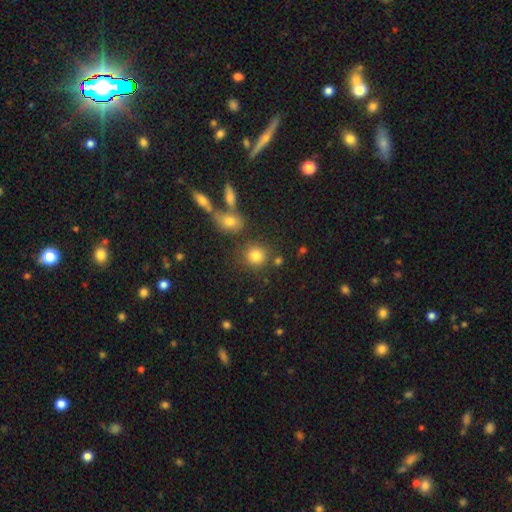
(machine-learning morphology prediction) The model was most divided on "merging": none: 71%, merger: 14%, minor disturbance: 11%, major disturbance: 5%. More confident: how rounded — round (82%); smooth or featured — smooth (80%).